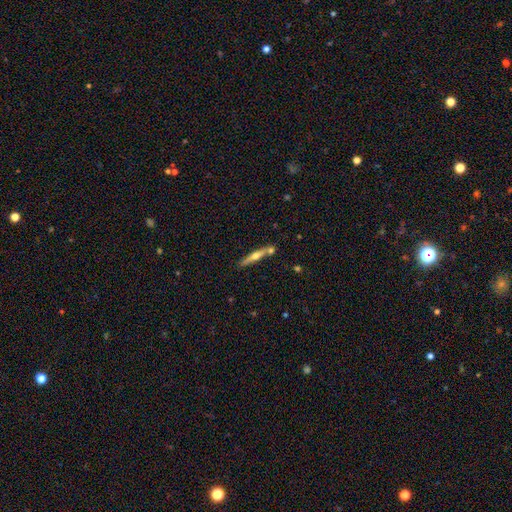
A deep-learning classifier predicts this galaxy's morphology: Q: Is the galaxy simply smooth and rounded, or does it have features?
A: featured or disk — 57%.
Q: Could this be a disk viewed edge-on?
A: yes — 95%.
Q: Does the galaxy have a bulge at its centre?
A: rounded — 89%.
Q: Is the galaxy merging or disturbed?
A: none — 73%.